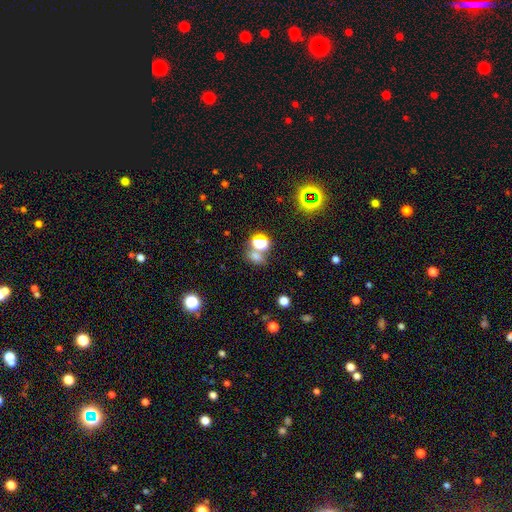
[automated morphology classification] Overall: smooth (55%; star or artifact 36%). How rounded: round (49%, tied with in between). Merging: none (62%; merger 23%).